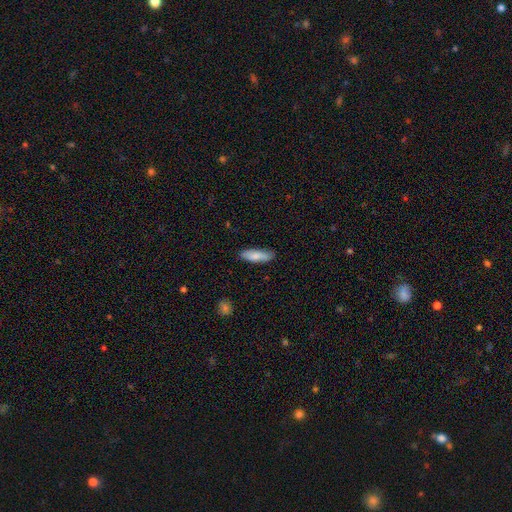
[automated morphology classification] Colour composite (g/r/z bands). It shows a smooth galaxy with no disk features (80%) that is cigar-shaped (51%). Merging: none (86%).